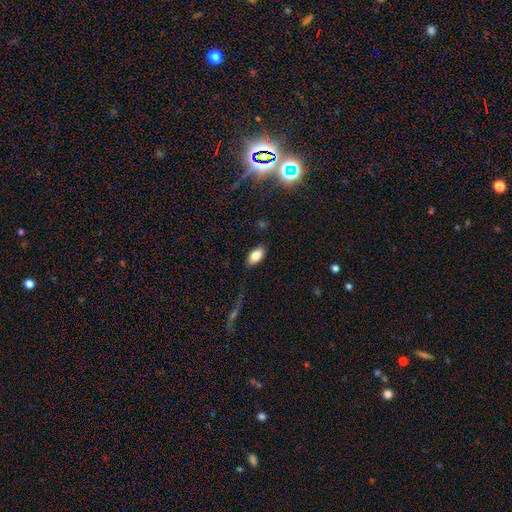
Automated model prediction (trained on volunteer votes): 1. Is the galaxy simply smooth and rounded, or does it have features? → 81% smooth, 11% featured or disk, 8% star or artifact.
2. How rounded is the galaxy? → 92% in between, 4% round, 4% cigar-shaped.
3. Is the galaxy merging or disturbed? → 85% none, 10% minor disturbance, 3% major disturbance, 1% merger.